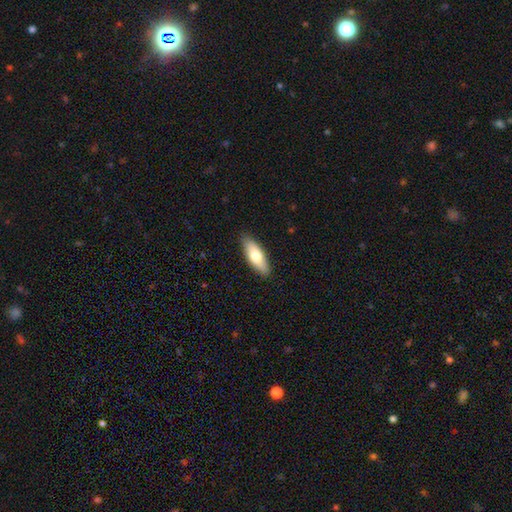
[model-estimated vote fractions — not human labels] Smooth or featured: smooth — 68% (featured or disk — 27%)
How rounded: in between — 62% (cigar-shaped — 36%)
Merging: none — 88% (minor disturbance — 9%)